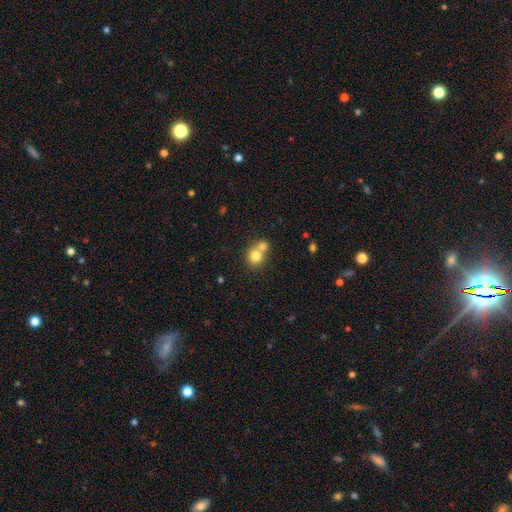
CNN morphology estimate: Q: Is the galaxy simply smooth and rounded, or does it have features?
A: smooth — 77%.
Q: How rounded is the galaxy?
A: round — 81%.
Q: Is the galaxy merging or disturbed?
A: merger — 55%.